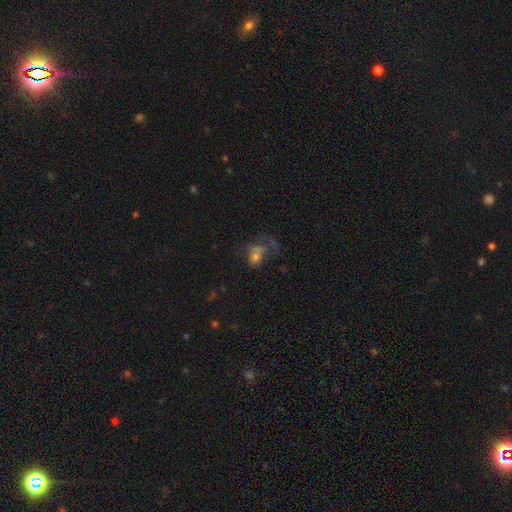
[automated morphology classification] Overall: smooth (45%; featured or disk 35%). Merging: major disturbance (36%; merger 29%).